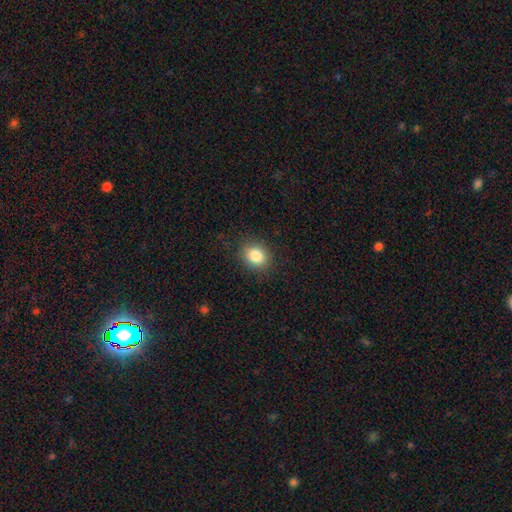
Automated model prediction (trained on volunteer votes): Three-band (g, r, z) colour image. It shows a smooth galaxy with no disk features (84%) that is round (55%). Merging: none (87%).